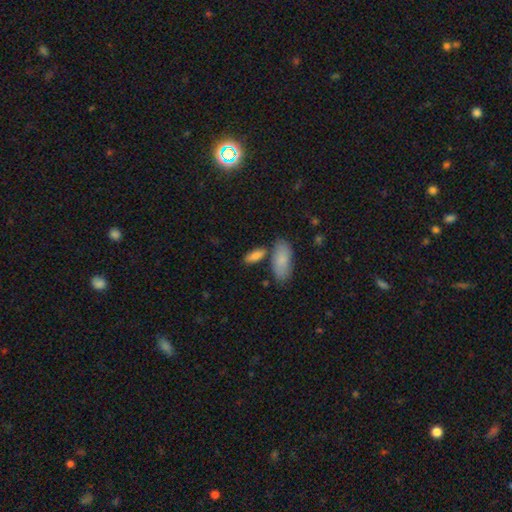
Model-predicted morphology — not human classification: This is clearly a smooth galaxy (84%). How rounded: likely in between (77%). Merging: likely none (66%).